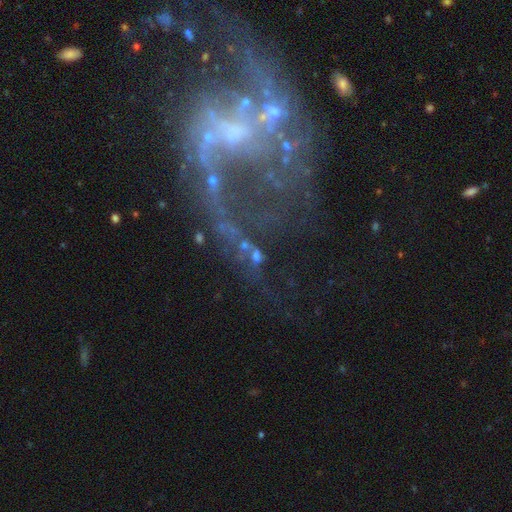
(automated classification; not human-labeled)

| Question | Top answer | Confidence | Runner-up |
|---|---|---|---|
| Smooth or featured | featured or disk | 45% | star or artifact (38%) |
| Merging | none | 41% | major disturbance (26%) |